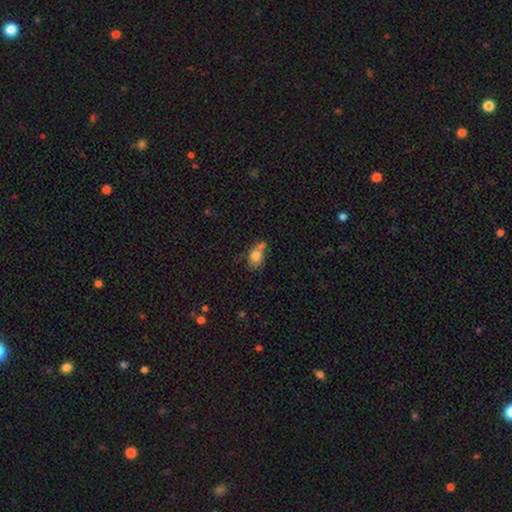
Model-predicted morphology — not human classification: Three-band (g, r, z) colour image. It shows a smooth galaxy with no disk features (72%) that is in between round and cigar-shaped (67%). Merging: none (35%).